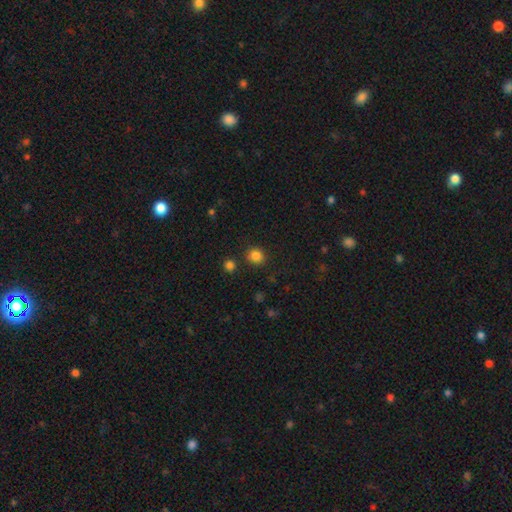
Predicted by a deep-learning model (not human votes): Smooth or featured? Predicted: smooth (p=0.84). How rounded? Predicted: round (p=0.84). Merging? Predicted: none (p=0.85).